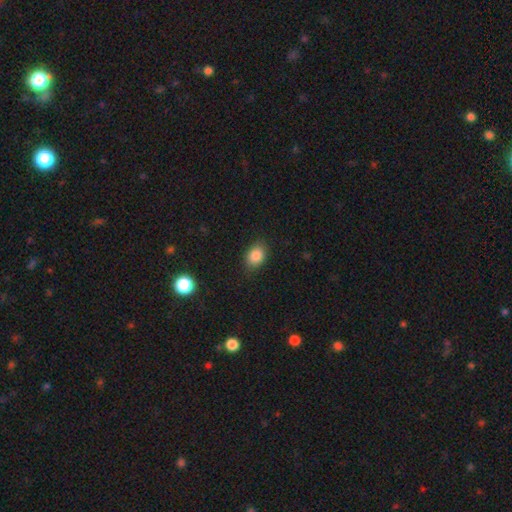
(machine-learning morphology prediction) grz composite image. It shows a smooth galaxy with no disk features (85%) that is in between round and cigar-shaped (70%). Merging: none (82%).